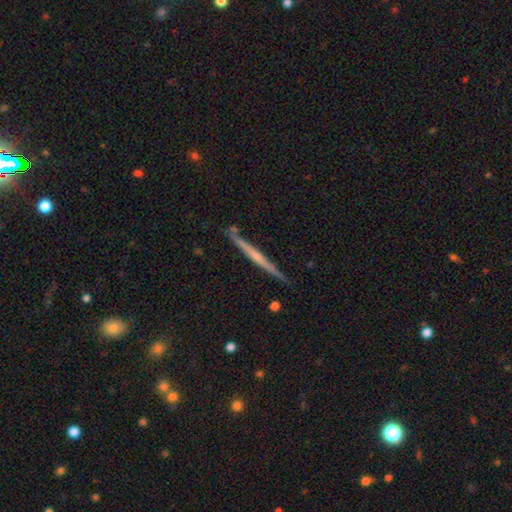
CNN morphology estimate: Smooth or featured? Predicted: featured or disk (p=0.62). Edge-on disk? Predicted: yes (p=0.98). Edge-on bulge? Predicted: none (p=0.68). Merging? Predicted: none (p=0.88).